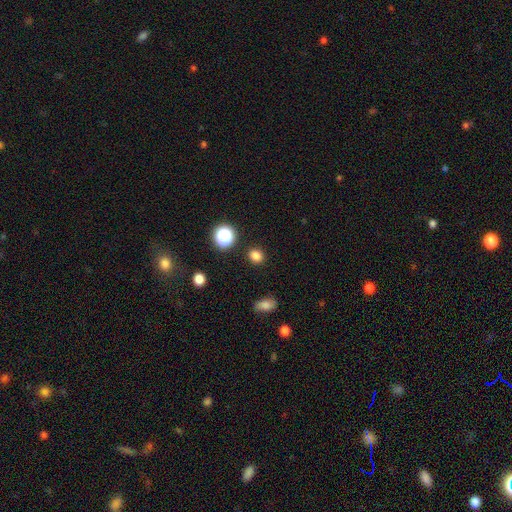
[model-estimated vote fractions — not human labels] The model was most divided on "how rounded": round: 78%, in between: 21%, cigar-shaped: 1%. More confident: merging — none (90%); smooth or featured — smooth (82%).